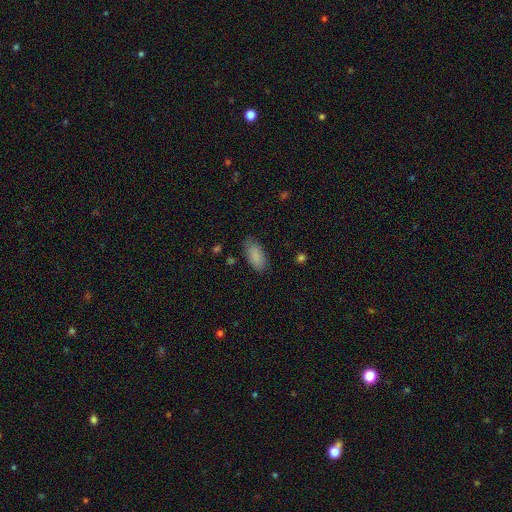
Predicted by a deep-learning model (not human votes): This appears to be a smooth galaxy with no disk features (88%) that is in between round and cigar-shaped (91%). Merging: none (81%).